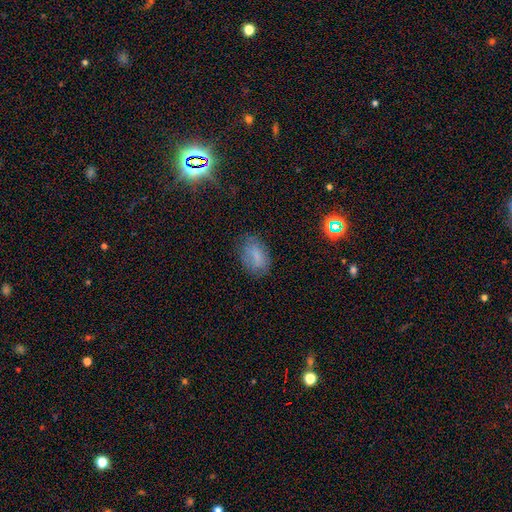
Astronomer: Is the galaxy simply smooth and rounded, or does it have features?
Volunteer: smooth — 65%.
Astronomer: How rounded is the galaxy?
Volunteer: in between — 92%.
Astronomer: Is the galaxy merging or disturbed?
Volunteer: none — 69%.